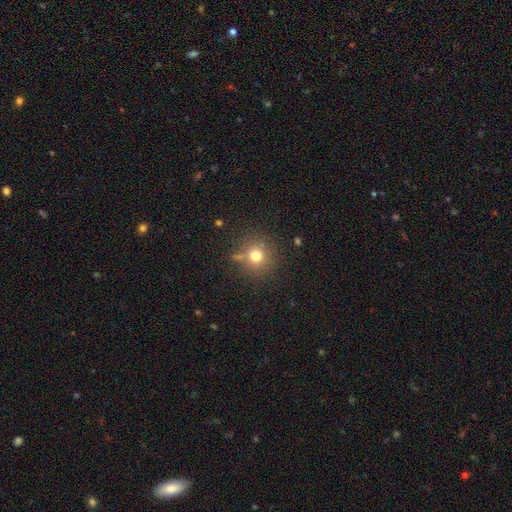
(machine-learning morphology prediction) smooth 74%, star or artifact 16%, featured or disk 10%. Down the decision tree: how rounded — round (91%); merging — none (78%).